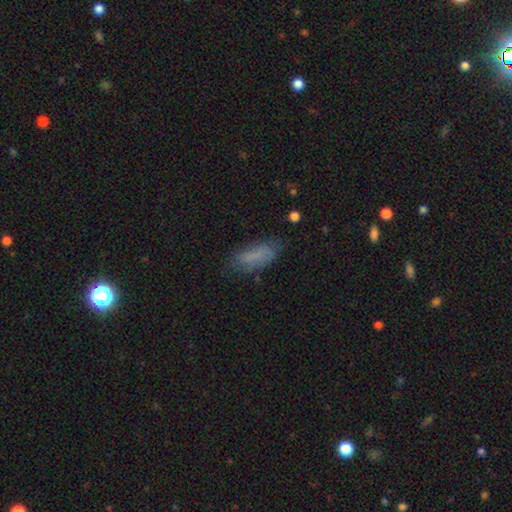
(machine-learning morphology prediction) smooth_or_featured: smooth (p=0.77) [alt: featured or disk p=0.14]
how_rounded: in between (p=0.63) [alt: cigar-shaped p=0.35]
merging: none (p=0.69) [alt: minor disturbance p=0.21]